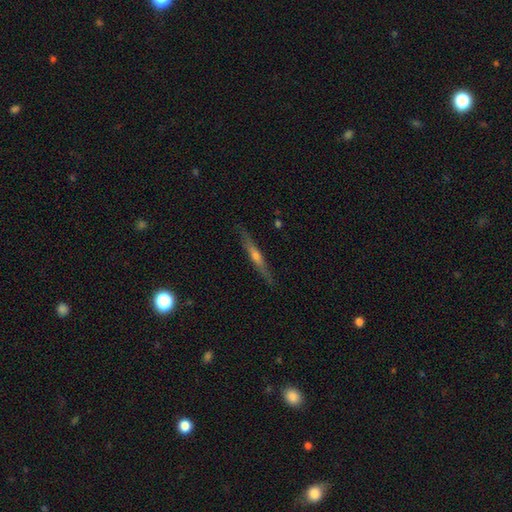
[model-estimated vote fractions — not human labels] This is likely a featured or disk galaxy (70%). It is clearly viewed edge-on (96%). Edge-on bulge: likely rounded (75%). Merging: clearly none (89%).